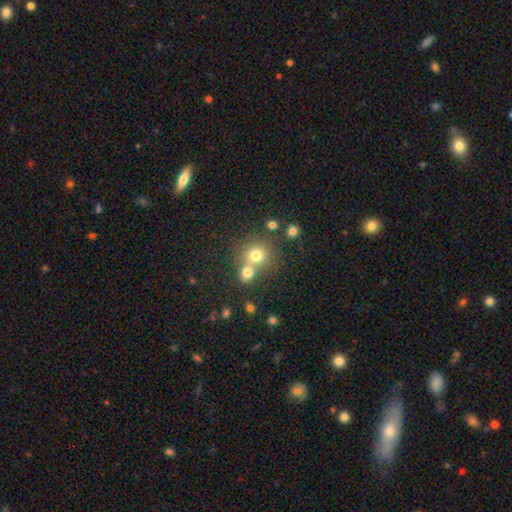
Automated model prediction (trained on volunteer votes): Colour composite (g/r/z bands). It shows a smooth galaxy with no disk features (74%) that is round (83%). Merging: none (46%).